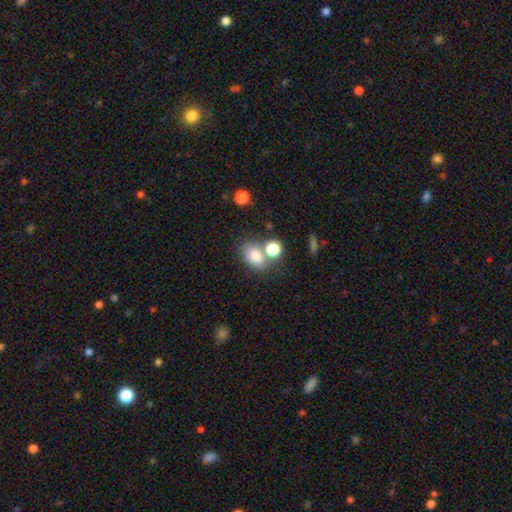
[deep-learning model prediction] smooth_or_featured: smooth (p=0.78) [alt: star or artifact p=0.11]
how_rounded: in between (p=0.70) [alt: round p=0.29]
merging: none (p=0.51) [alt: merger p=0.31]